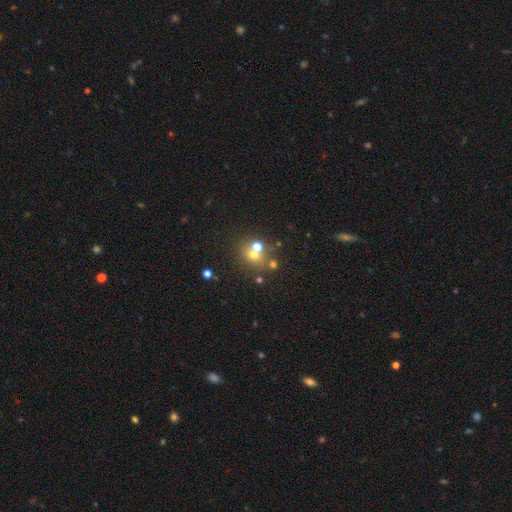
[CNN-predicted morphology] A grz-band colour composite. It shows a smooth galaxy with no disk features (59%) that is round (79%). Merging: none (50%).